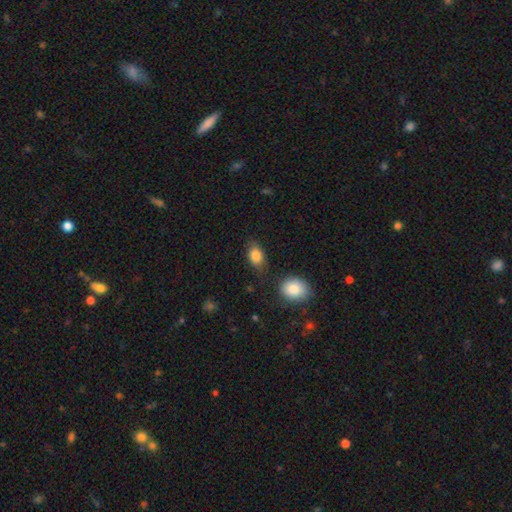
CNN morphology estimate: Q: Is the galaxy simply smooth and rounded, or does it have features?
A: smooth — 85%.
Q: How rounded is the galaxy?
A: in between — 82%.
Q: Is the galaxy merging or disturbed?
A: none — 75%.